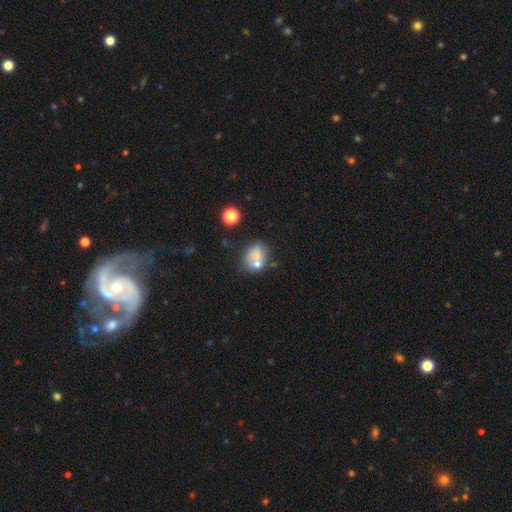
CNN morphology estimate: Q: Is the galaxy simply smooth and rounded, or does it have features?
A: smooth — 64%.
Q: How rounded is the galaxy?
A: in between — 50%.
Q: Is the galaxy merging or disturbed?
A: none — 45%.